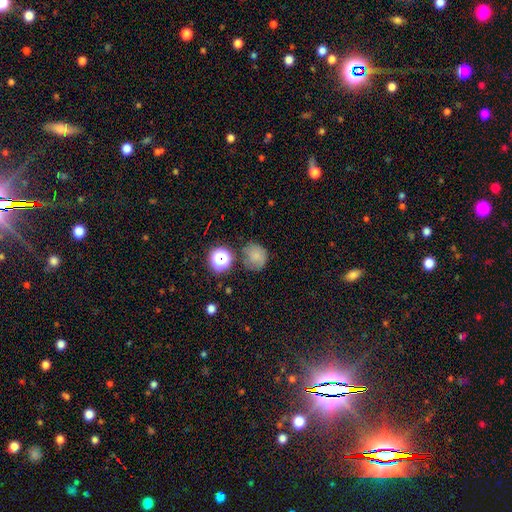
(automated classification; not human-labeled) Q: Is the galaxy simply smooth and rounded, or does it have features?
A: smooth — 68%.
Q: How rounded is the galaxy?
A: round — 73%.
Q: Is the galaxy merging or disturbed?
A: none — 62%.